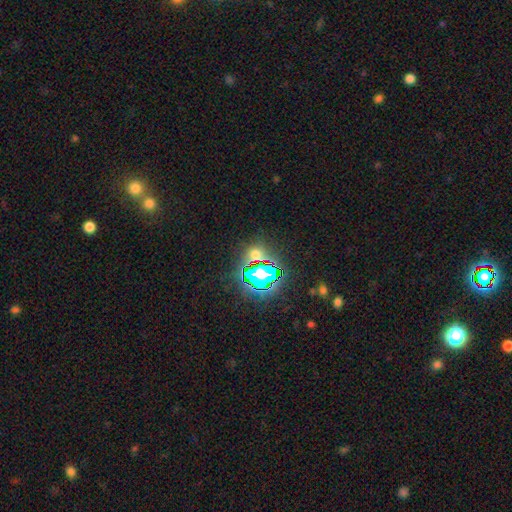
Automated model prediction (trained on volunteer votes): A star or artifact, not a galaxy (62%).